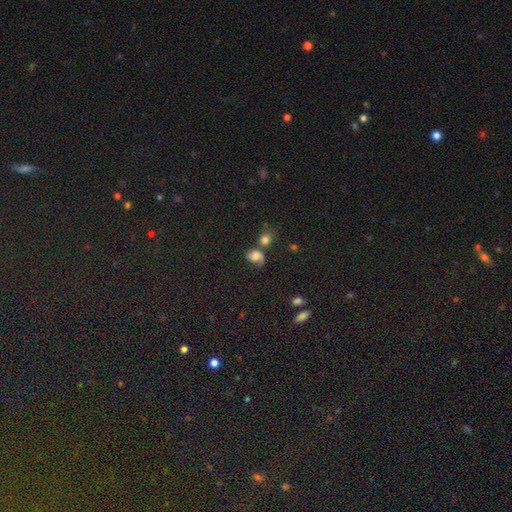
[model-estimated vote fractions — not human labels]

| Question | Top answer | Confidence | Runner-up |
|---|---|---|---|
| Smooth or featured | smooth | 56% | featured or disk (30%) |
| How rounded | in between | 53% | round (45%) |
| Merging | none | 33% | merger (31%) |